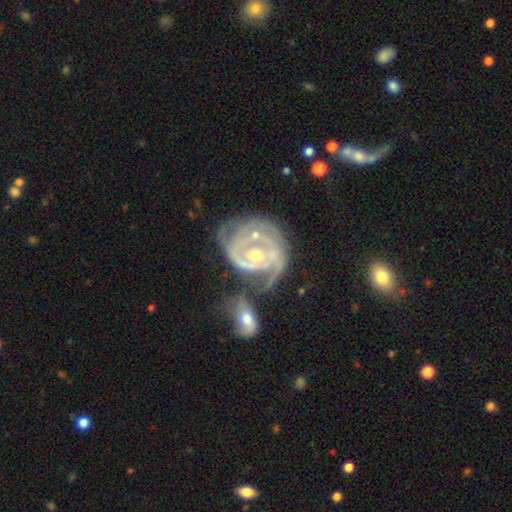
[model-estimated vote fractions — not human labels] A featured or disk galaxy (87%) with no bar (61%), 2 (42%) tight (58%) spiral arms (90%) and a moderate central bulge (66%).

Vote fractions:
- Smooth or featured? featured or disk: 87% / smooth: 8% / star or artifact: 5%
- Edge-on disk? no: 97% / yes: 3%
- Bar? no: 61% / weak: 27% / strong: 11%
- Spiral arms? yes: 90% / no: 10%
- Spiral winding? tight: 58% / medium: 31% / loose: 10%
- Spiral arm count? 2: 42% / can't tell: 26% / 3: 14% / 1: 10% / 4: 4% / more than 4: 4%
- Bulge size? moderate: 66% / small: 29% / large: 3% / none: 1% / dominant: 1%
- Merging? none: 30% / merger: 28% / major disturbance: 22% / minor disturbance: 20%